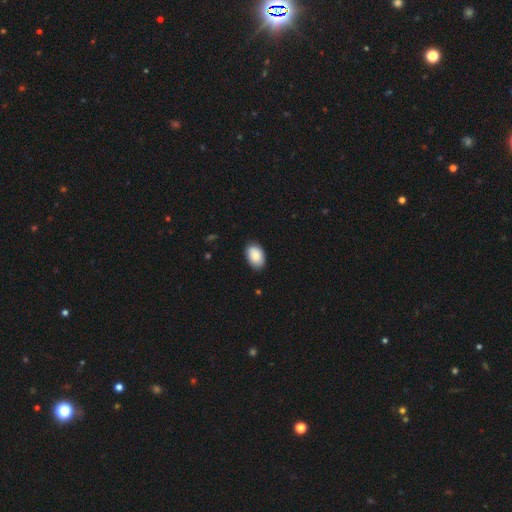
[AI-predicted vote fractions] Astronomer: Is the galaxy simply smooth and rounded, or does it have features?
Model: smooth — 87%.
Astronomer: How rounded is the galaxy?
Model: in between — 90%.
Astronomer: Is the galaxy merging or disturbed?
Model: none — 85%.